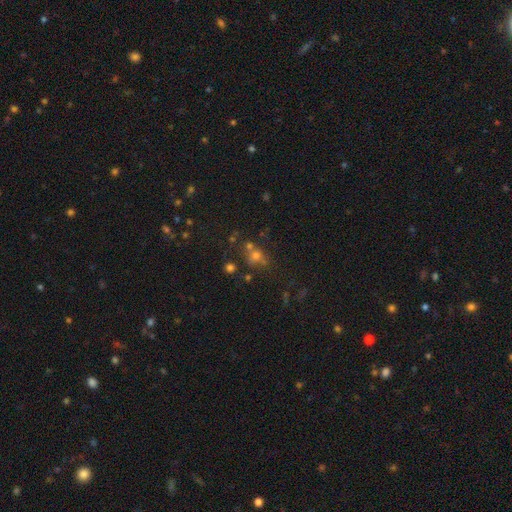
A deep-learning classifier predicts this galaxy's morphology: Smooth or featured: smooth — 52% (star or artifact — 32%)
How rounded: round — 70% (in between — 27%)
Merging: none — 51% (merger — 27%)